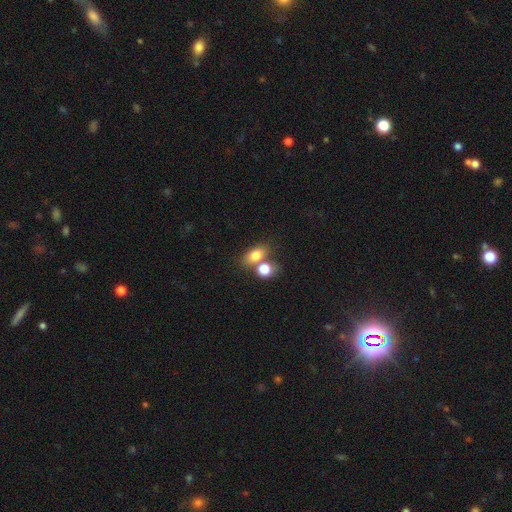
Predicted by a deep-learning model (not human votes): Q: Smooth or featured?
A: smooth (77%); runner-up: featured or disk (12%)
Q: How rounded?
A: in between (70%); runner-up: round (27%)
Q: Merging?
A: none (46%); runner-up: merger (39%)